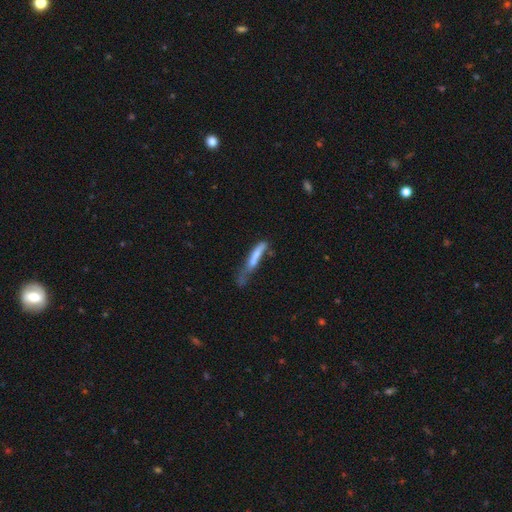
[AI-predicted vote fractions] This appears to be a smooth galaxy with no disk features (61%) that is cigar-shaped (87%). Merging: major disturbance (30%).